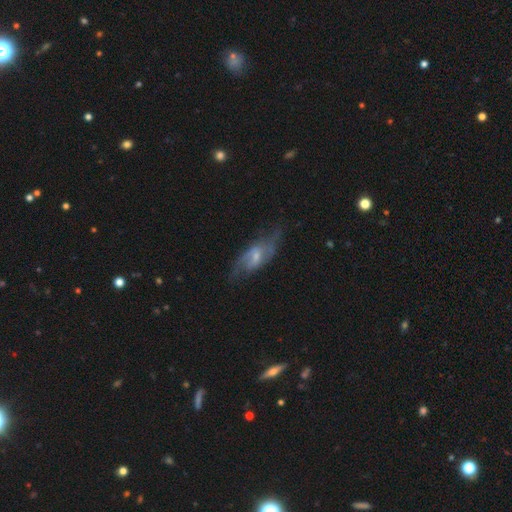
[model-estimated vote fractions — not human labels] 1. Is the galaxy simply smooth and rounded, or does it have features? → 71% featured or disk, 22% smooth, 7% star or artifact.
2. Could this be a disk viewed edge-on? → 88% no, 12% yes.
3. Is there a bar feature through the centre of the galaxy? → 51% weak, 37% no, 13% strong.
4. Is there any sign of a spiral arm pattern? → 83% yes, 17% no.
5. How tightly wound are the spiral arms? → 43% loose, 41% medium, 16% tight.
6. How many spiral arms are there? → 75% 2, 15% can't tell, 4% 1, 3% 3, 1% 4, 1% more than 4.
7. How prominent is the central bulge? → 54% small, 33% moderate, 9% none, 3% large, 1% dominant.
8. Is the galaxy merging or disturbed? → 60% none, 23% minor disturbance, 15% major disturbance, 2% merger.